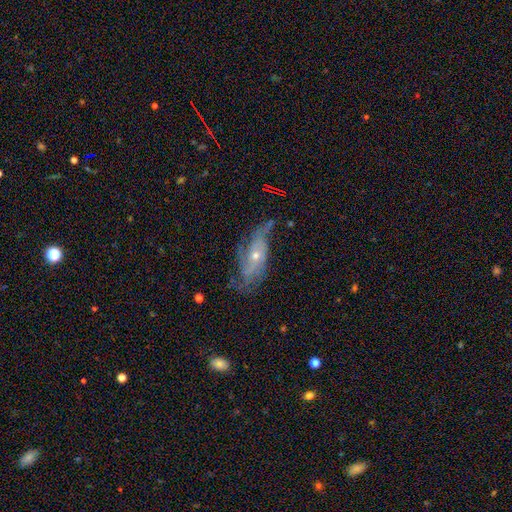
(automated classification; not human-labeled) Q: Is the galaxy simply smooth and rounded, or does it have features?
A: featured or disk — 76%.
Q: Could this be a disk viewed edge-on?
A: no — 89%.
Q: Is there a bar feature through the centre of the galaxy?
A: no — 72%.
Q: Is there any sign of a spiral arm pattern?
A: yes — 86%.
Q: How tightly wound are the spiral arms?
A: loose — 39%.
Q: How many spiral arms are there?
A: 2 — 39%.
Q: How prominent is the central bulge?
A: small — 57%.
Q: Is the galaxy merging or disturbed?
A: none — 46%.